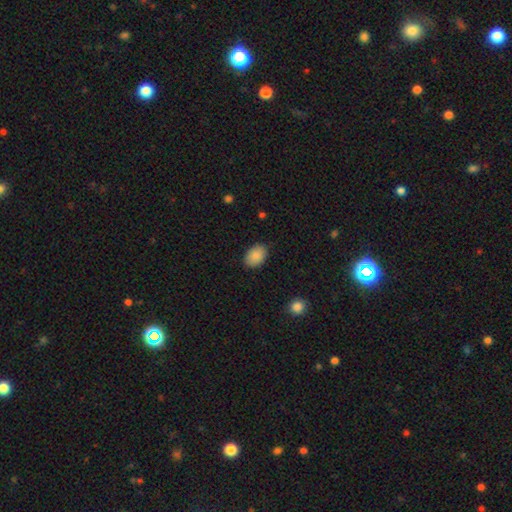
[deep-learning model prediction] The model was most divided on "how rounded": in between: 85%, round: 14%, cigar-shaped: 1%. More confident: smooth or featured — smooth (89%); merging — none (86%).